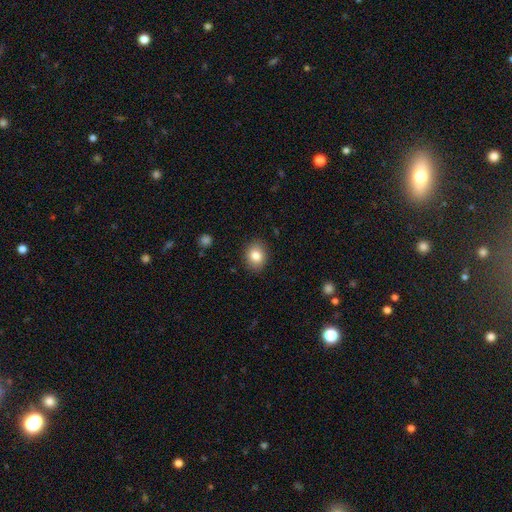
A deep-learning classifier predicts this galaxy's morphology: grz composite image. It shows a smooth galaxy with no disk features (83%) that is round (52%). Merging: none (88%).